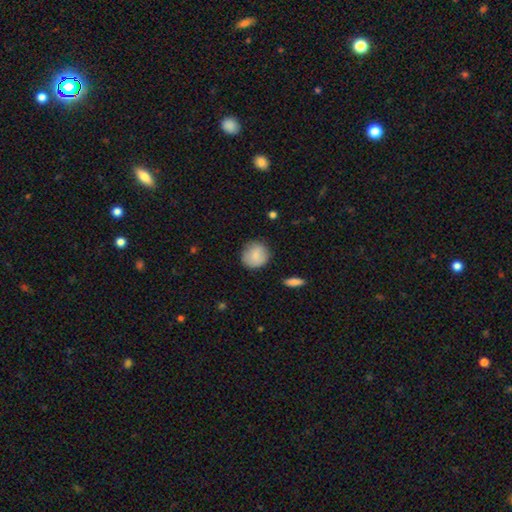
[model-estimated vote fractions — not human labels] Smooth or featured?
  - smooth: 83% *
  - featured or disk: 10%
  - star or artifact: 7%
How rounded?
  - round: 88% *
  - in between: 11%
  - cigar-shaped: 1%
Merging?
  - none: 81% *
  - minor disturbance: 14%
  - major disturbance: 3%
  - merger: 1%